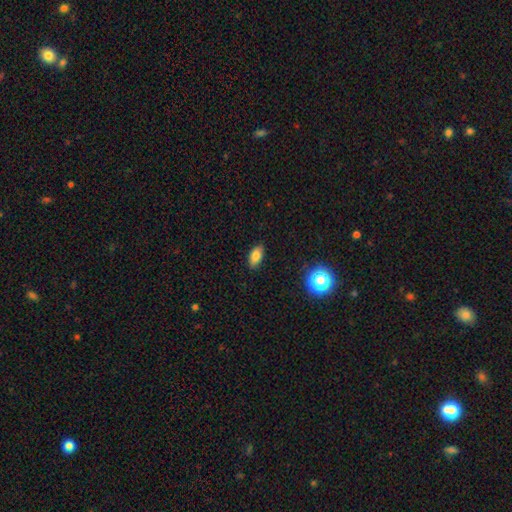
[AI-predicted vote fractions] This is clearly a smooth galaxy (82%). How rounded: clearly in between (89%). Merging: clearly none (88%).